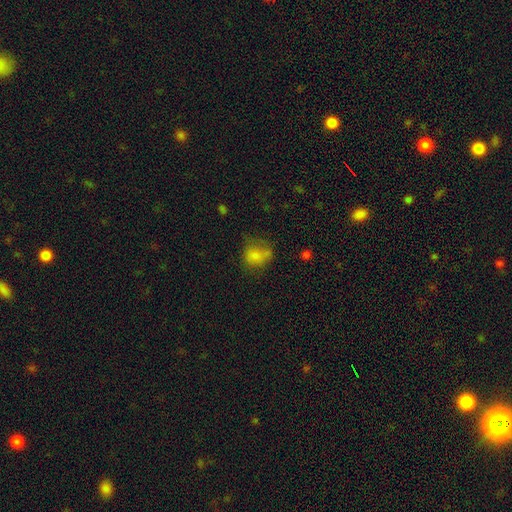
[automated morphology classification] smooth-or-featured: smooth: 74% | star or artifact: 13% | featured or disk: 13%
  how-rounded: round: 60% | in between: 39% | cigar-shaped: 1%
  merging: none: 42% | minor disturbance: 28% | major disturbance: 21% | merger: 9%